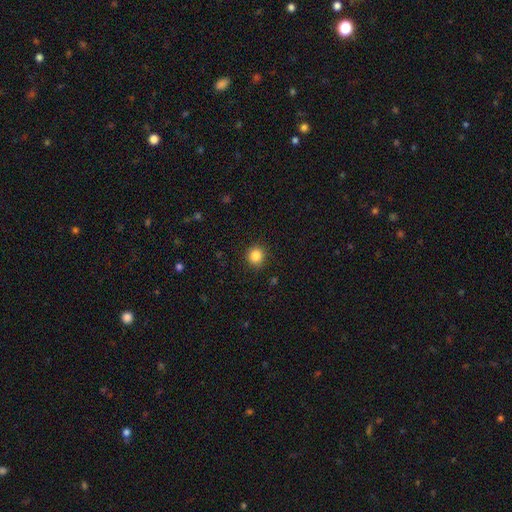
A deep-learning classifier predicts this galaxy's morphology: Smooth or featured? smooth (85%)
How rounded? round (91%)
Merging? none (90%)